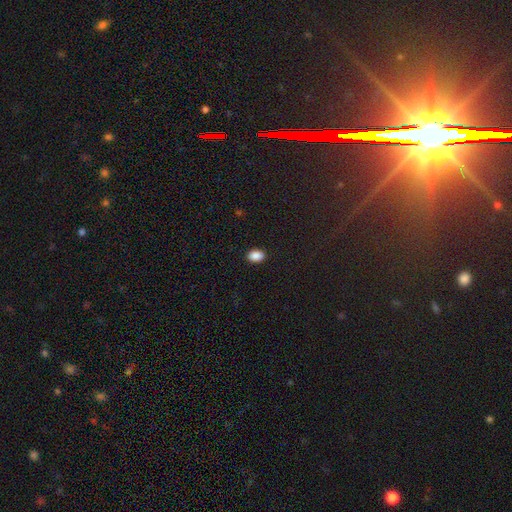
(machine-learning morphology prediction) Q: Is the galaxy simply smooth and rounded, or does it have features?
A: smooth — 88%.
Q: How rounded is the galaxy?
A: in between — 85%.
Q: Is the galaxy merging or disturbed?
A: none — 89%.